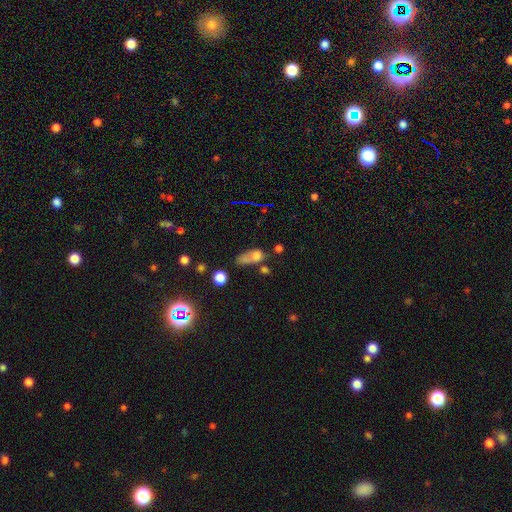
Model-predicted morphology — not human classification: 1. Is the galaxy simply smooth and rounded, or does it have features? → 63% smooth, 19% featured or disk, 18% star or artifact.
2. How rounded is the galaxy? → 60% in between, 26% round, 15% cigar-shaped.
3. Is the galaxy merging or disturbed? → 33% merger, 26% none, 23% major disturbance, 17% minor disturbance.